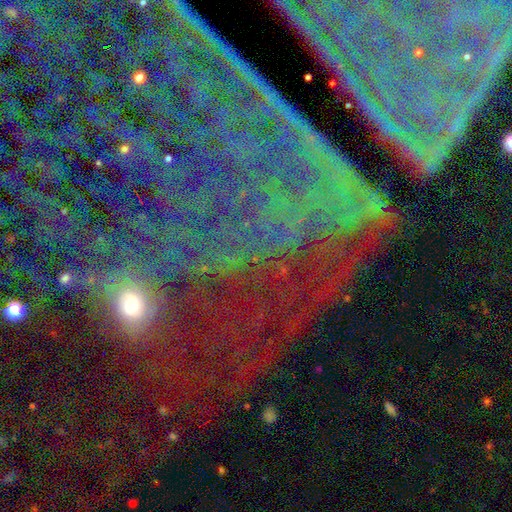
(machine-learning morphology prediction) This is likely a star or artifact rather than a galaxy (65%).